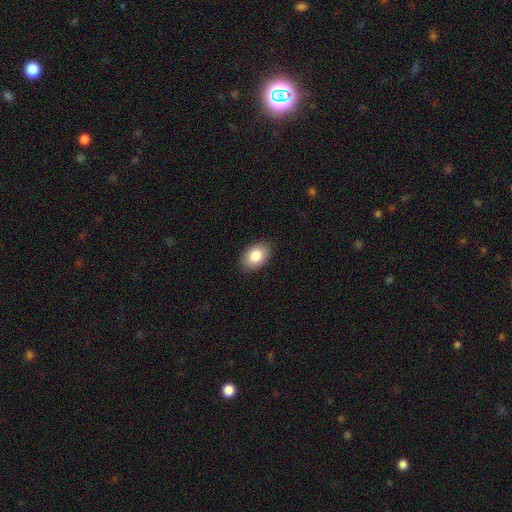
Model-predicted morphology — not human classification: Smooth or featured? smooth (84%)
How rounded? in between (86%)
Merging? none (88%)